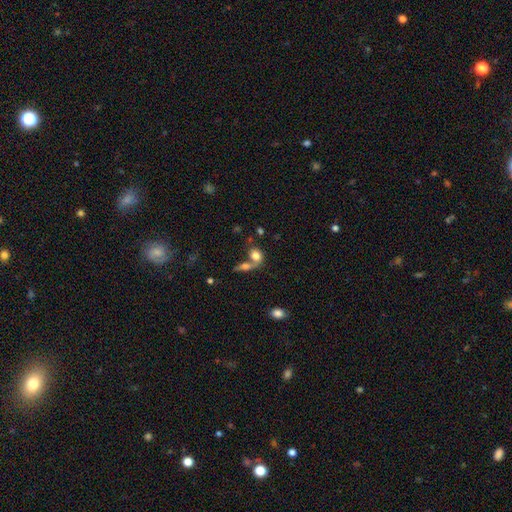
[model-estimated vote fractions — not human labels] A smooth galaxy with no disk features (76%) that is in between round and cigar-shaped (53%).

Vote fractions:
- Smooth or featured? smooth: 76% / featured or disk: 15% / star or artifact: 10%
- How rounded? in between: 53% / round: 44% / cigar-shaped: 4%
- Merging? merger: 49% / none: 35% / minor disturbance: 9% / major disturbance: 7%